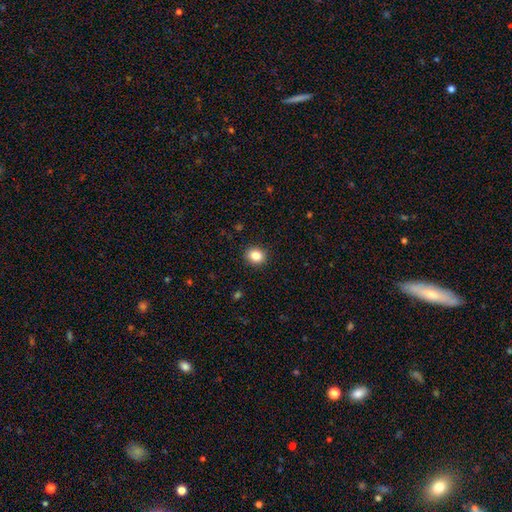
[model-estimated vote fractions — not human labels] A smooth galaxy with no disk features (85%) that is round (69%).

Vote fractions:
- Smooth or featured? smooth: 85% / star or artifact: 10% / featured or disk: 5%
- How rounded? round: 69% / in between: 30% / cigar-shaped: 1%
- Merging? none: 91% / minor disturbance: 6% / major disturbance: 2% / merger: 1%